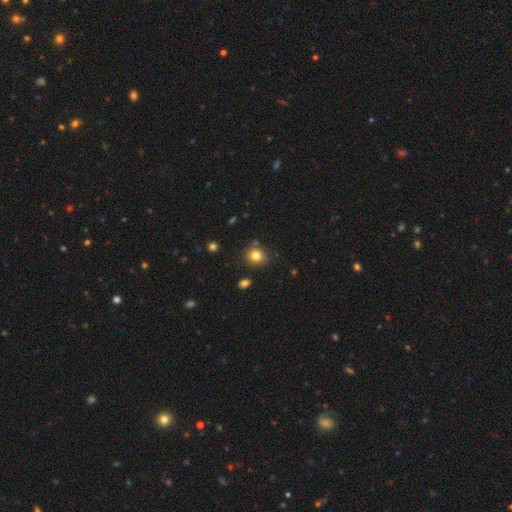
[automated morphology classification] Overall: smooth (80%). How rounded: round (79%). Merging: none (80%).